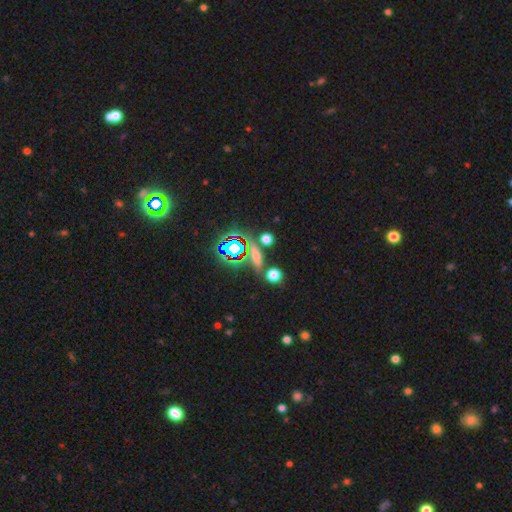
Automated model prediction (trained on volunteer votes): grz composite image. It shows a smooth galaxy with no disk features (48%). Merging: none (74%).